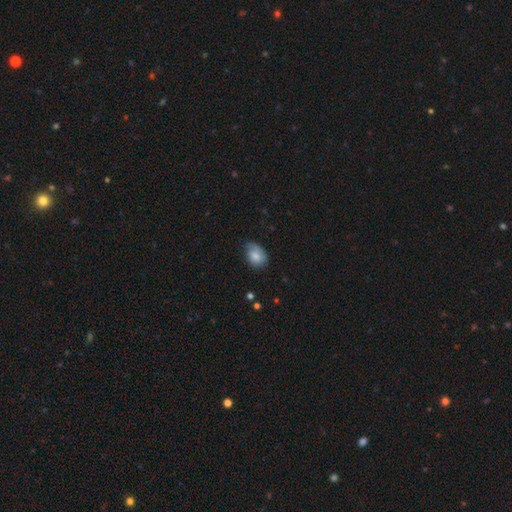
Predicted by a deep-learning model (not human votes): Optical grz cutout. It shows a smooth galaxy with no disk features (65%) that is in between round and cigar-shaped (72%). Merging: none (50%).